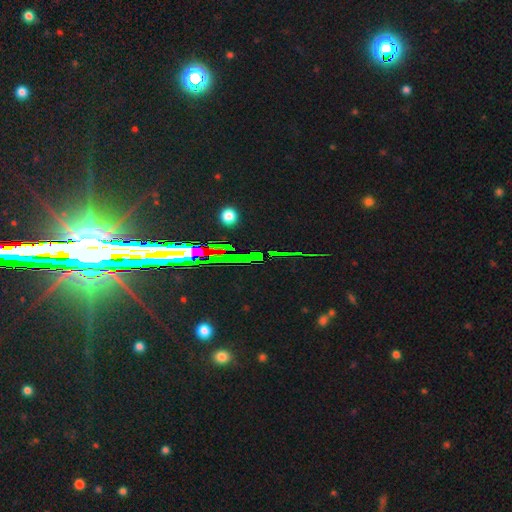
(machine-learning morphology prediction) Overall: star or artifact (78%).